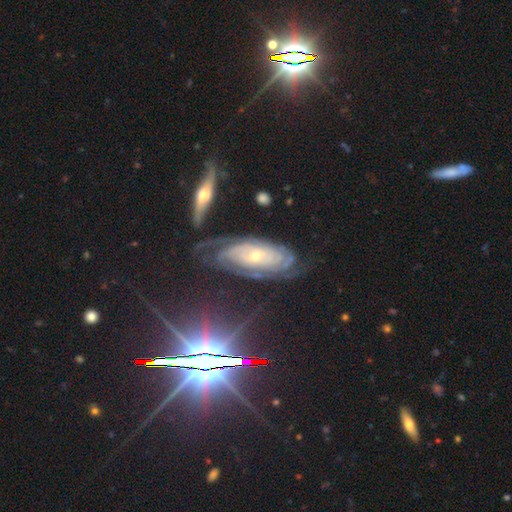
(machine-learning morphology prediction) featured or disk 81%, star or artifact 10%, smooth 9%. Down the decision tree: edge-on disk — no (89%); bar — no (74%); spiral arms — yes (94%); spiral arm count — can't tell (46%); spiral winding — tight (77%); bulge size — small (61%); merging — none (66%).